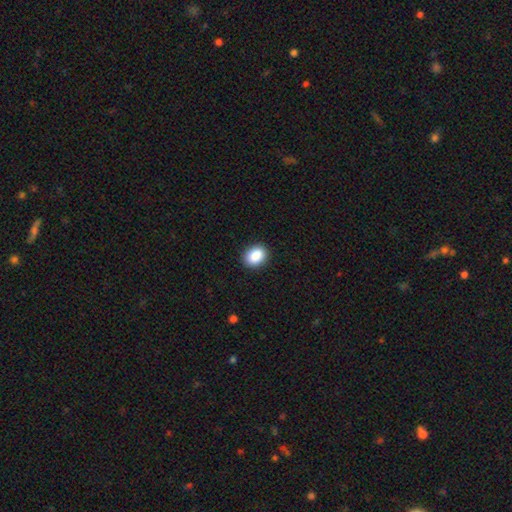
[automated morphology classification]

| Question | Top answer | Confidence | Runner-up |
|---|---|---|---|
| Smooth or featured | smooth | 88% | star or artifact (8%) |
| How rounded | in between | 61% | round (38%) |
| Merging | none | 90% | minor disturbance (7%) |